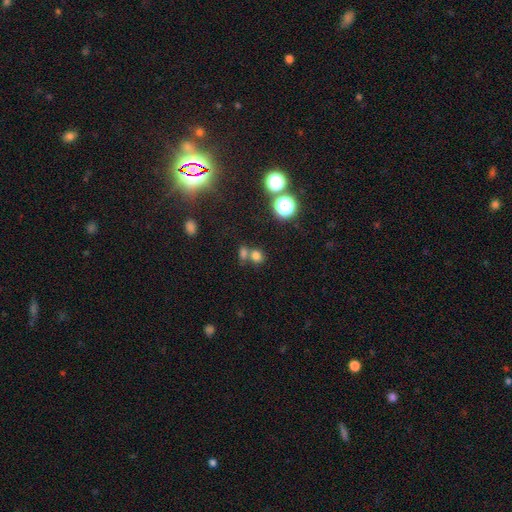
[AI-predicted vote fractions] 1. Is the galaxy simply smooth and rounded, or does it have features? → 70% smooth, 21% star or artifact, 8% featured or disk.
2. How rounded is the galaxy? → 63% round, 35% in between, 2% cigar-shaped.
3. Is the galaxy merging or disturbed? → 47% none, 40% merger, 8% minor disturbance, 4% major disturbance.